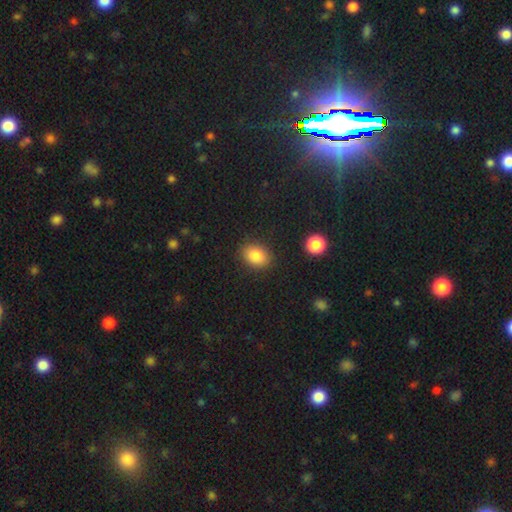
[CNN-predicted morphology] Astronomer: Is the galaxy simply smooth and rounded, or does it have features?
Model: smooth — 84%.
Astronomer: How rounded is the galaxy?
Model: in between — 68%.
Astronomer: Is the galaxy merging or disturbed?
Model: none — 86%.